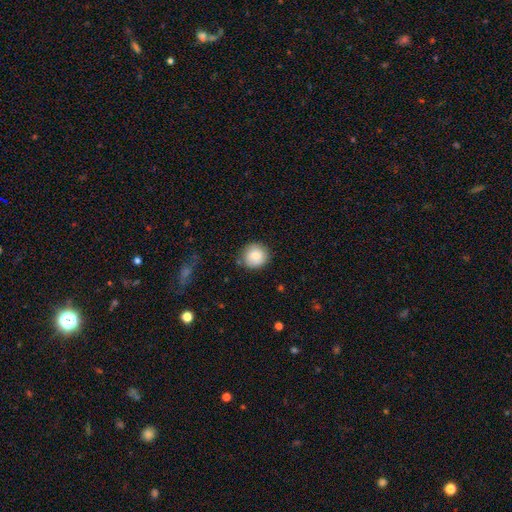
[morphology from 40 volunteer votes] smooth 88%, featured or disk 12%, star or artifact 0%. Down the decision tree: how rounded — round (83%); merging — none (85%).